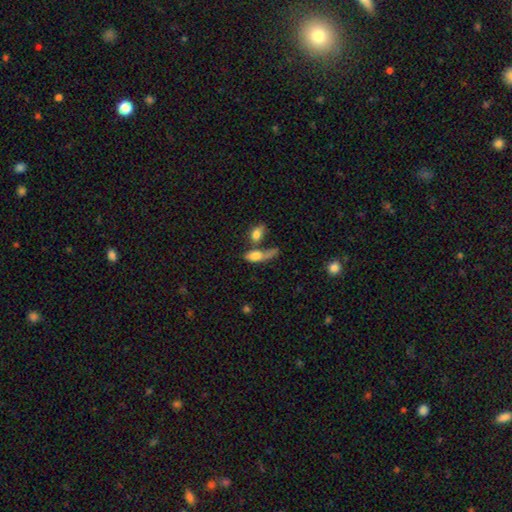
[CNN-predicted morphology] type=smooth (69%); roundness=in between (72%); merging=merger (47%).